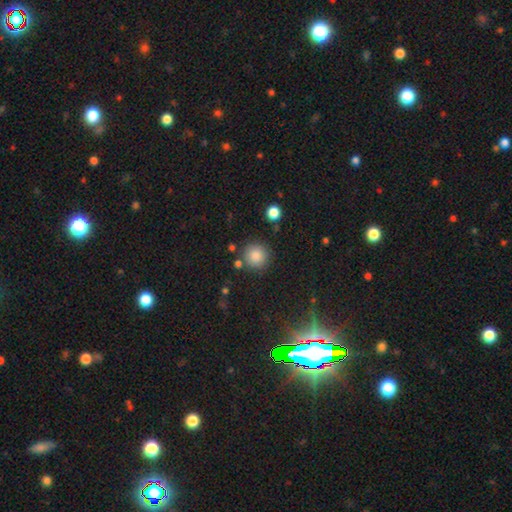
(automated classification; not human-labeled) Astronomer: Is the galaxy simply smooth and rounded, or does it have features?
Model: smooth — 85%.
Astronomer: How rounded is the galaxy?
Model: round — 94%.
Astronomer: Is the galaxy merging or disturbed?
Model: none — 84%.